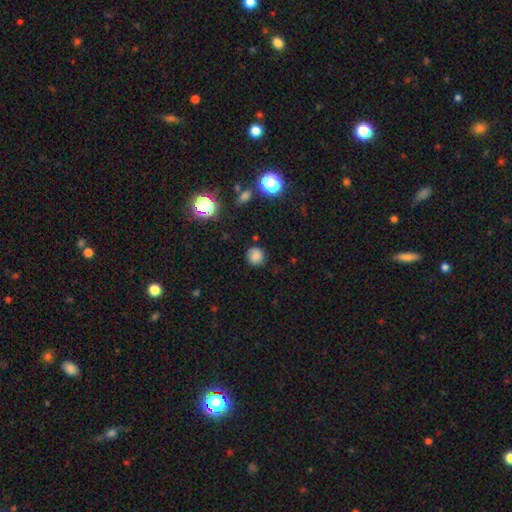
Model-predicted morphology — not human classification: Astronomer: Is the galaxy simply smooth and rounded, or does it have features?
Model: smooth — 79%.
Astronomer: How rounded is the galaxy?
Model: round — 87%.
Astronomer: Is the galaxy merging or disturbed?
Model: none — 81%.